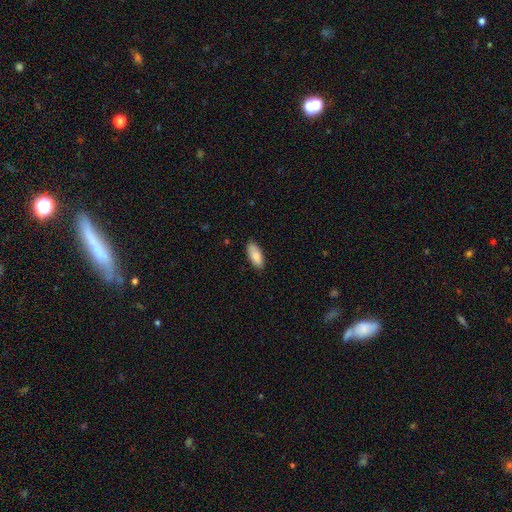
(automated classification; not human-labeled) smooth_or_featured: smooth (p=0.88) [alt: featured or disk p=0.06]
how_rounded: in between (p=0.84) [alt: cigar-shaped p=0.15]
merging: none (p=0.86) [alt: minor disturbance p=0.11]